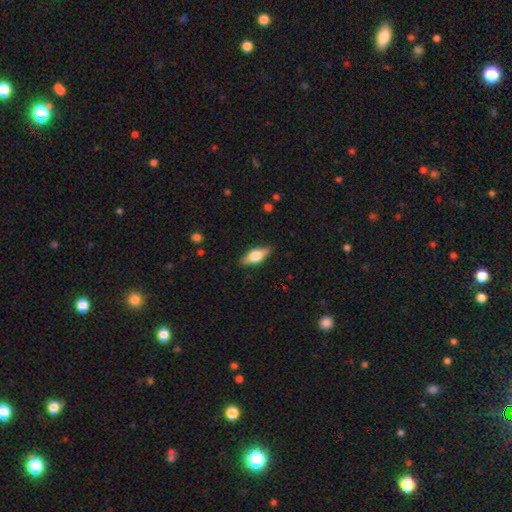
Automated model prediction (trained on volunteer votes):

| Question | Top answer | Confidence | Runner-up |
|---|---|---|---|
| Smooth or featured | smooth | 55% | featured or disk (38%) |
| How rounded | in between | 72% | cigar-shaped (24%) |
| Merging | none | 86% | minor disturbance (11%) |